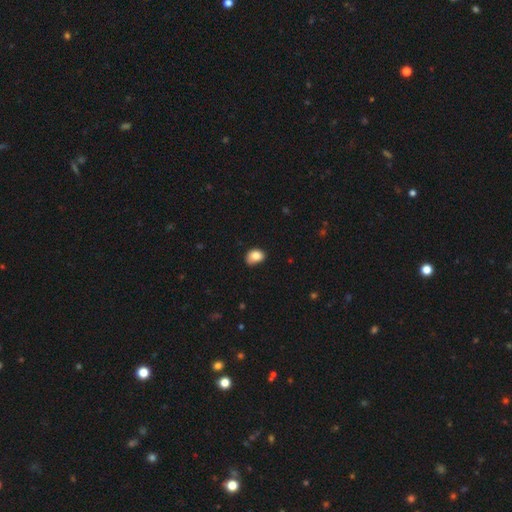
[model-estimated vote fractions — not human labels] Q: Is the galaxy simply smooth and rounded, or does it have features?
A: smooth — 84%.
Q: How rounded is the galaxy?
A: in between — 66%.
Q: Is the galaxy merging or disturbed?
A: none — 59%.